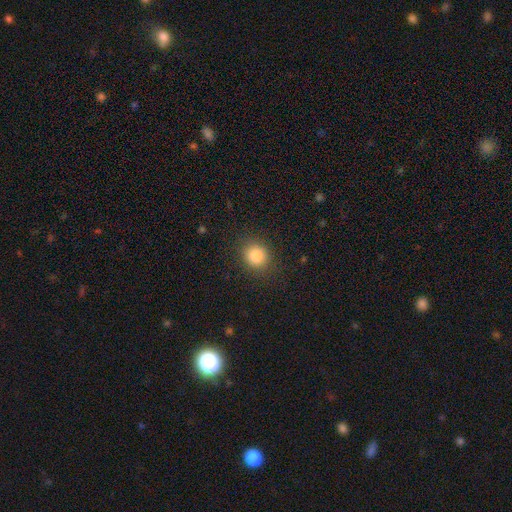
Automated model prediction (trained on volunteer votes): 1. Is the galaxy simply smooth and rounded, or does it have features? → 83% smooth, 11% star or artifact, 6% featured or disk.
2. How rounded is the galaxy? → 83% round, 16% in between, 1% cigar-shaped.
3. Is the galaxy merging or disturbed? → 88% none, 8% minor disturbance, 3% major disturbance, 1% merger.